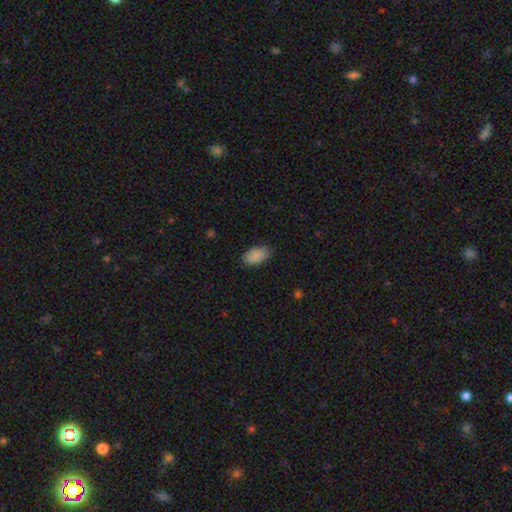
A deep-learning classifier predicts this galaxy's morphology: Overall: smooth (89%). How rounded: in between (94%). Merging: none (84%).